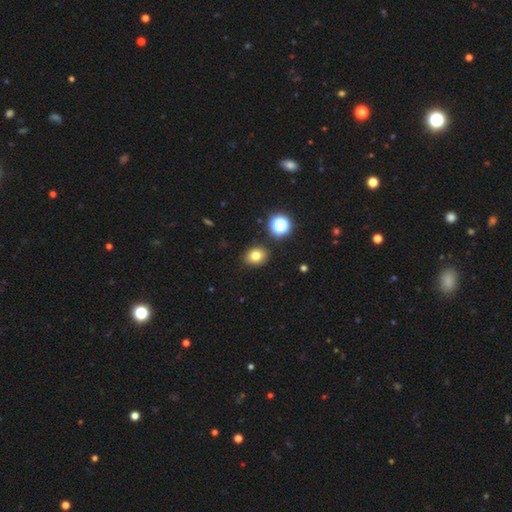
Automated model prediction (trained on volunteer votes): A smooth galaxy with no disk features (77%) that is round (51%). Merging: none (87%).